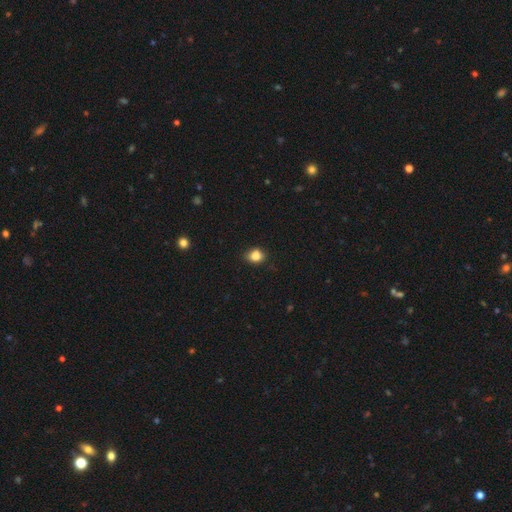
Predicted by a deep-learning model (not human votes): Morphology: type=smooth (84%); roundness=round (58%); merging=none (76%).